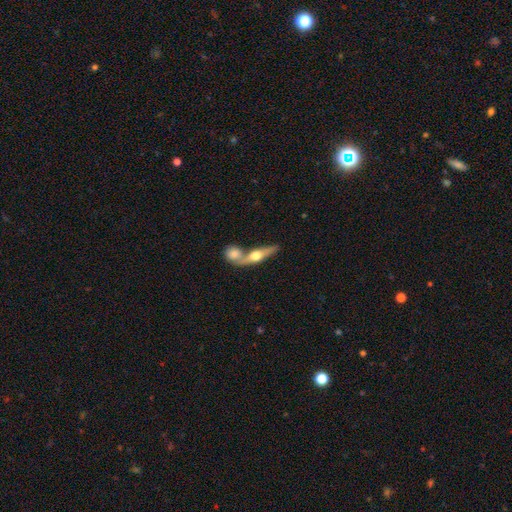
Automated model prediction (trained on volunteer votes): smooth_or_featured: featured or disk (p=0.64) [alt: smooth p=0.31]
disk_edge_on: yes (p=0.90) [alt: no p=0.10]
edge_on_bulge: rounded (p=0.95) [alt: boxy p=0.03]
merging: merger (p=0.47) [alt: none p=0.41]